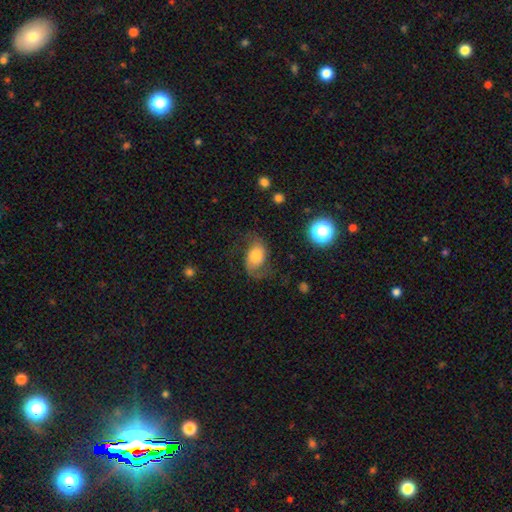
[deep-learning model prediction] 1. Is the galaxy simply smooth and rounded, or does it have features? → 54% featured or disk, 35% smooth, 11% star or artifact.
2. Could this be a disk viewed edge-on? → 96% no, 4% yes.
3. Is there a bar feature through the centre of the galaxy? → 65% no, 28% weak, 7% strong.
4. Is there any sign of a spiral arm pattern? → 88% yes, 12% no.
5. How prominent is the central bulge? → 45% moderate, 24% small, 21% large, 6% dominant, 4% none.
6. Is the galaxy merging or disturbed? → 57% none, 21% major disturbance, 20% minor disturbance, 2% merger.